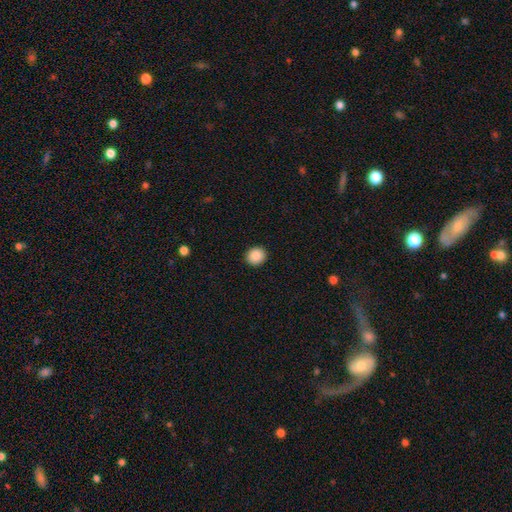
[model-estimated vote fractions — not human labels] smooth_or_featured: smooth (p=0.89) [alt: star or artifact p=0.08]
how_rounded: round (p=0.84) [alt: in between p=0.15]
merging: none (p=0.92) [alt: minor disturbance p=0.05]